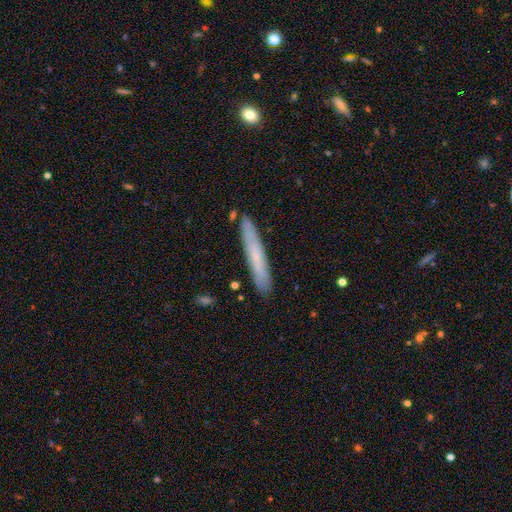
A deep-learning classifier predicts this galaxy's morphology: smooth_or_featured: smooth (p=0.62) [alt: featured or disk p=0.32]
how_rounded: cigar-shaped (p=0.95) [alt: in between p=0.04]
merging: none (p=0.87) [alt: minor disturbance p=0.10]